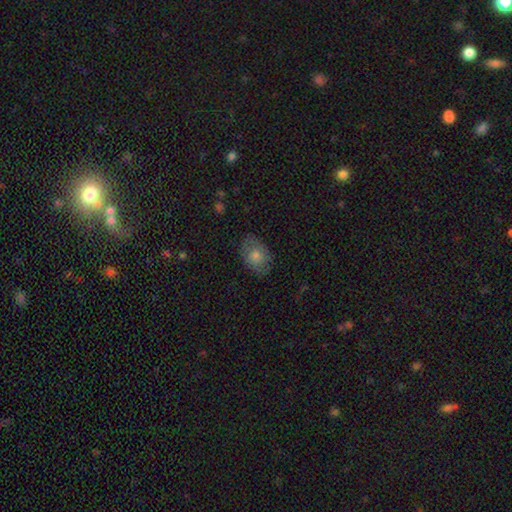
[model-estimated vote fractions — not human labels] Morphology: type=smooth (69%); roundness=in between (73%); merging=none (76%).